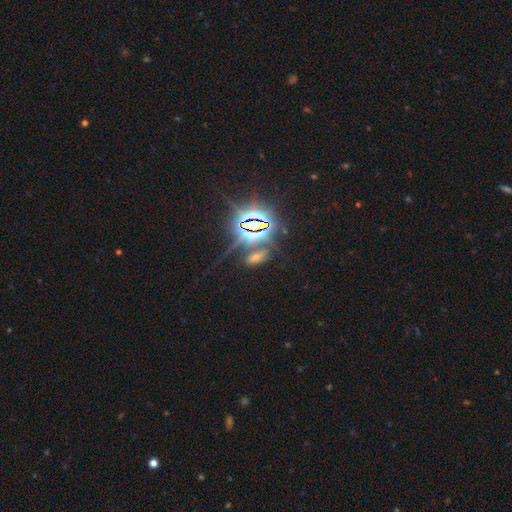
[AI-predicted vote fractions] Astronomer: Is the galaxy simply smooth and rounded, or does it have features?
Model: star or artifact — 76%.